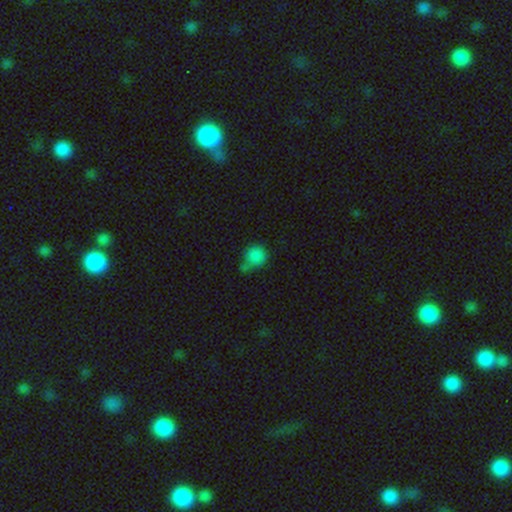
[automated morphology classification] type=smooth (83%); roundness=round (87%); merging=none (46%).